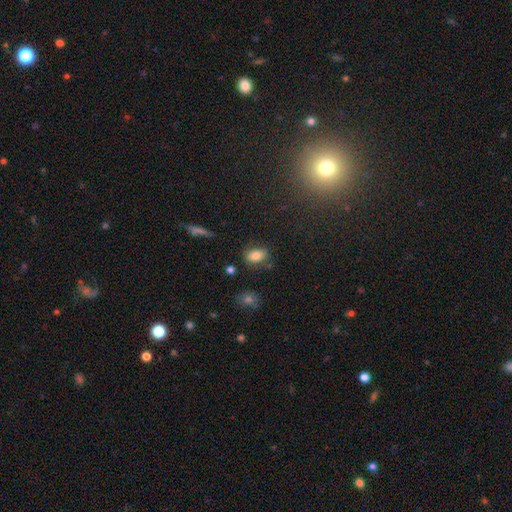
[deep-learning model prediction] Smooth or featured: smooth — 82% (star or artifact — 9%)
How rounded: in between — 86% (round — 11%)
Merging: none — 77% (minor disturbance — 15%)